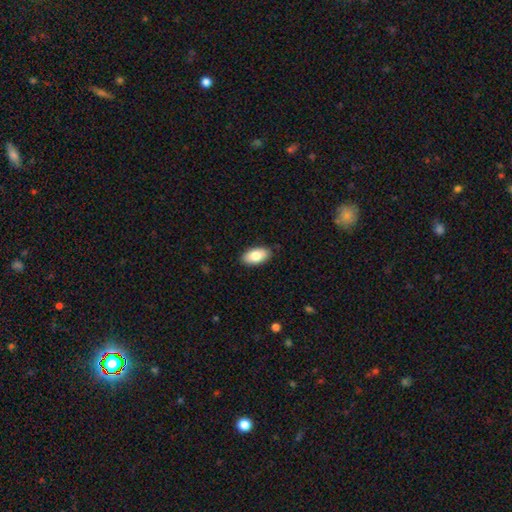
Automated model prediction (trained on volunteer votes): smooth-or-featured: smooth: 83% | featured or disk: 11% | star or artifact: 6%
  how-rounded: in between: 94% | cigar-shaped: 3% | round: 3%
  merging: none: 88% | minor disturbance: 10% | major disturbance: 2% | merger: 1%